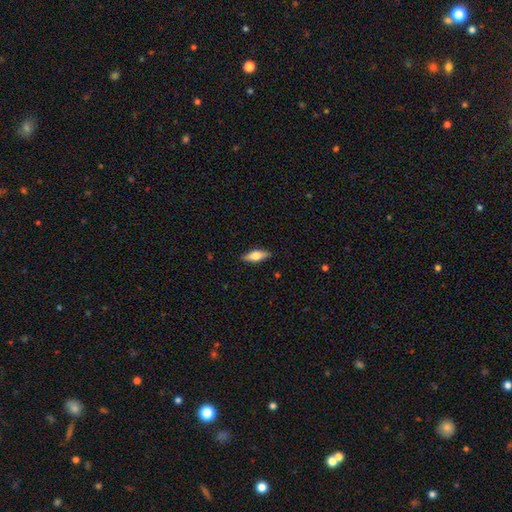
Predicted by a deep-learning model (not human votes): This appears to be a smooth galaxy with no disk features (57%) that is in between round and cigar-shaped (61%). Merging: none (87%).